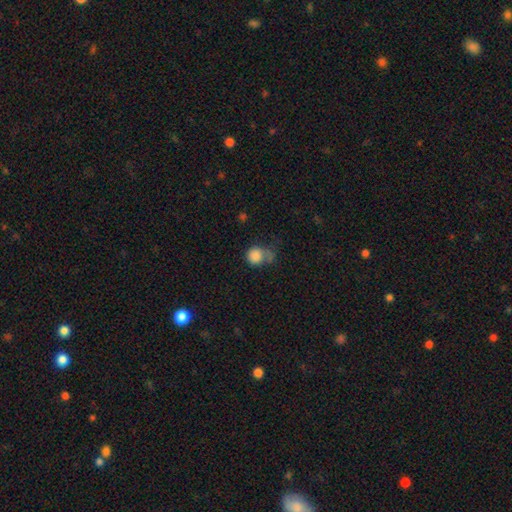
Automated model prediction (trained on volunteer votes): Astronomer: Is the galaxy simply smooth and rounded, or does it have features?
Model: smooth — 84%.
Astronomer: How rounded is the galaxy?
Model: round — 81%.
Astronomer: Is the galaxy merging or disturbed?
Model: none — 39% (runner-up: minor disturbance, 26%).